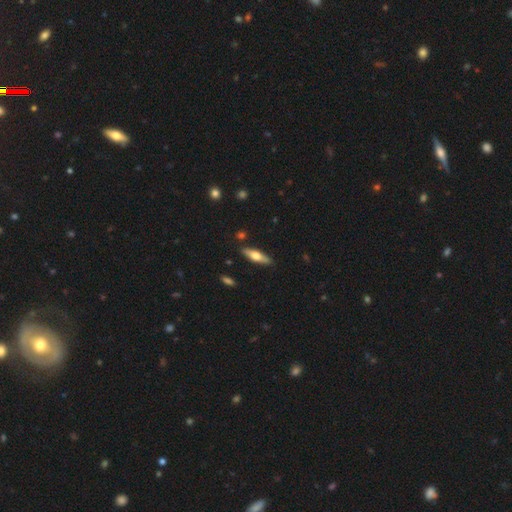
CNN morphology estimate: Smooth or featured?
  - smooth: 49% *
  - featured or disk: 45%
  - star or artifact: 6%
Merging?
  - none: 87% *
  - minor disturbance: 9%
  - major disturbance: 2%
  - merger: 2%